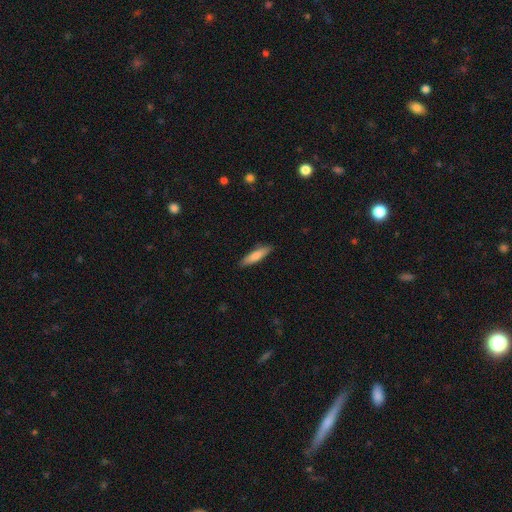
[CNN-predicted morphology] A smooth galaxy with no disk features (78%) that is cigar-shaped (78%).

Vote fractions:
- Smooth or featured? smooth: 78% / featured or disk: 16% / star or artifact: 5%
- How rounded? cigar-shaped: 78% / in between: 21% / round: 1%
- Merging? none: 89% / minor disturbance: 9% / major disturbance: 2% / merger: 1%